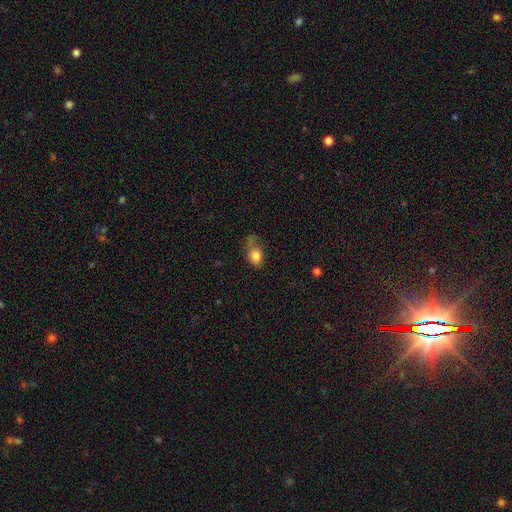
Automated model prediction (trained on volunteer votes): smooth 79%, featured or disk 12%, star or artifact 9%. Down the decision tree: how rounded — in between (68%); merging — none (36%).